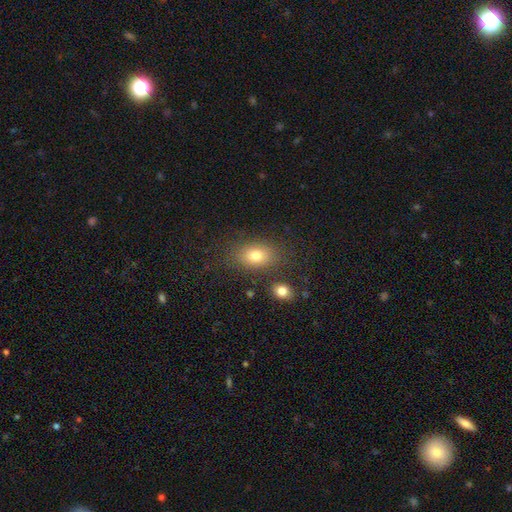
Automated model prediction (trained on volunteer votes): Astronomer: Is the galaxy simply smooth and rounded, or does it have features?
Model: smooth — 77%.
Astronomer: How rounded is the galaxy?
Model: in between — 82%.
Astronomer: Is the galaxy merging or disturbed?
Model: none — 80%.